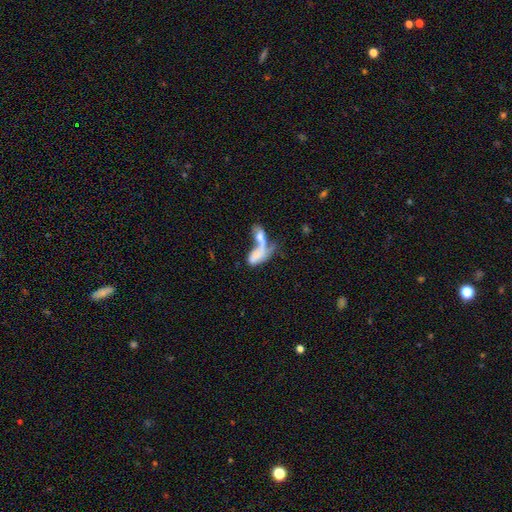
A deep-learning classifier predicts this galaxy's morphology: Overall: smooth (55%; featured or disk 35%). How rounded: in between (70%). Merging: merger (69%).